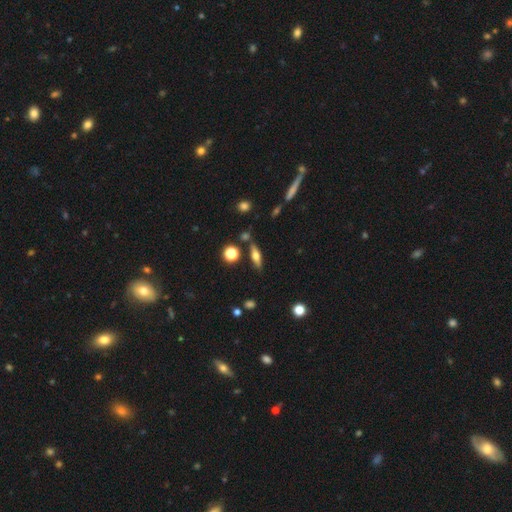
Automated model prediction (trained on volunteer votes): Q: Smooth or featured?
A: smooth (47%); runner-up: featured or disk (44%)
Q: Merging?
A: none (79%); runner-up: minor disturbance (12%)